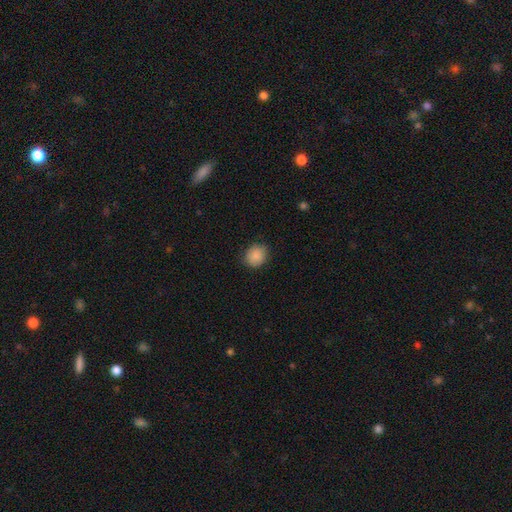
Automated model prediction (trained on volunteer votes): Smooth or featured?
  - smooth: 88% *
  - star or artifact: 8%
  - featured or disk: 4%
How rounded?
  - round: 72% *
  - in between: 27%
  - cigar-shaped: 1%
Merging?
  - none: 84% *
  - minor disturbance: 12%
  - major disturbance: 3%
  - merger: 1%